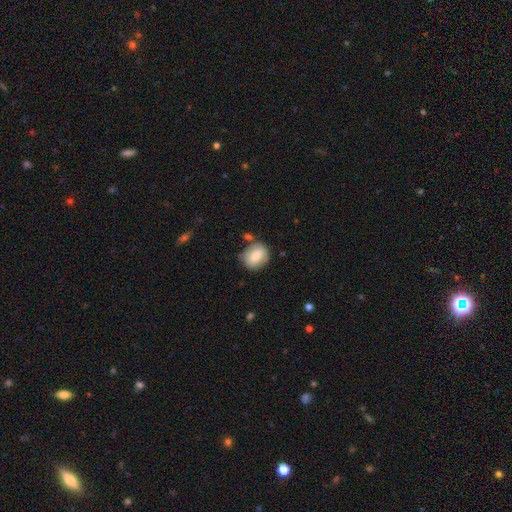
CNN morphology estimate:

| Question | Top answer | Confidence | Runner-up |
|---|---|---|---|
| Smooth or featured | smooth | 76% | featured or disk (16%) |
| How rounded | round | 66% | in between (33%) |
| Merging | none | 70% | minor disturbance (19%) |